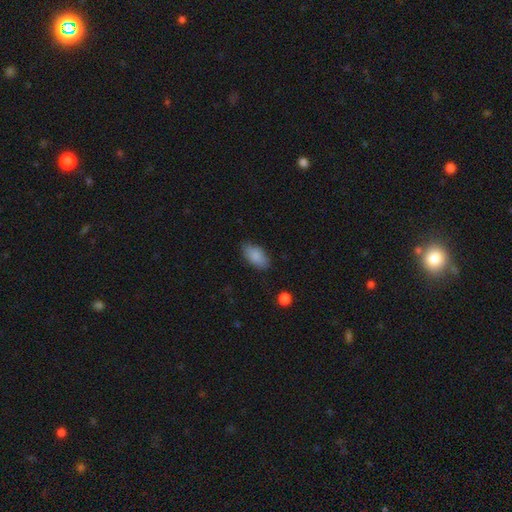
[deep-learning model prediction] smooth 87%, star or artifact 7%, featured or disk 6%. Down the decision tree: how rounded — in between (92%); merging — none (81%).